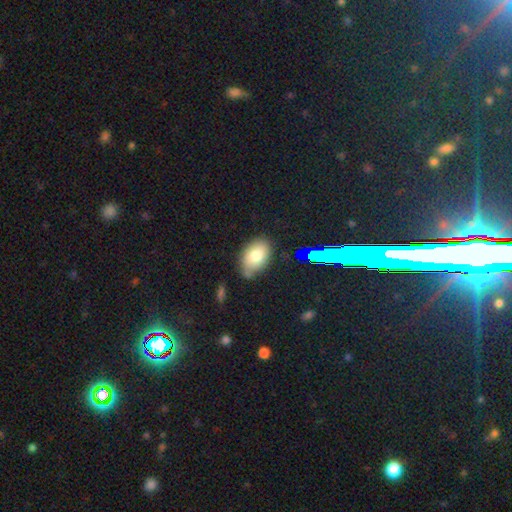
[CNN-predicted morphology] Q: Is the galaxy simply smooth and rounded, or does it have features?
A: smooth — 77%.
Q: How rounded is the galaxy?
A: in between — 89%.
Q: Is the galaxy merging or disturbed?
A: none — 67%.